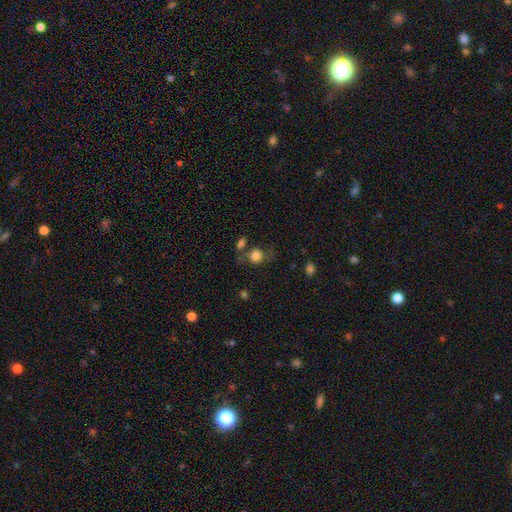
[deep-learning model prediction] Smooth or featured?
  - smooth: 78% *
  - featured or disk: 12%
  - star or artifact: 11%
How rounded?
  - round: 70% *
  - in between: 29%
  - cigar-shaped: 1%
Merging?
  - none: 51% *
  - minor disturbance: 20%
  - merger: 16%
  - major disturbance: 14%